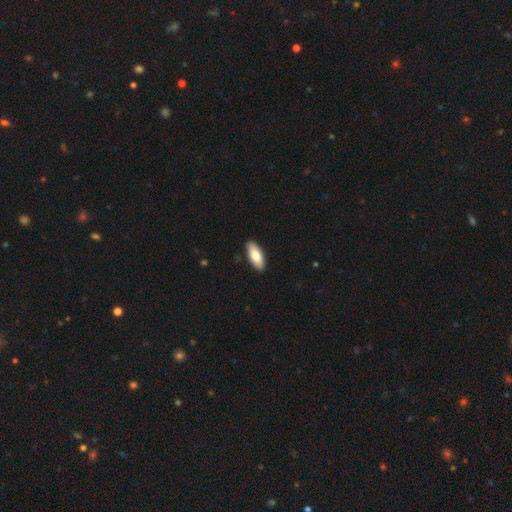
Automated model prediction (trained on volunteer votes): Overall: smooth (78%). How rounded: in between (76%). Merging: none (90%).